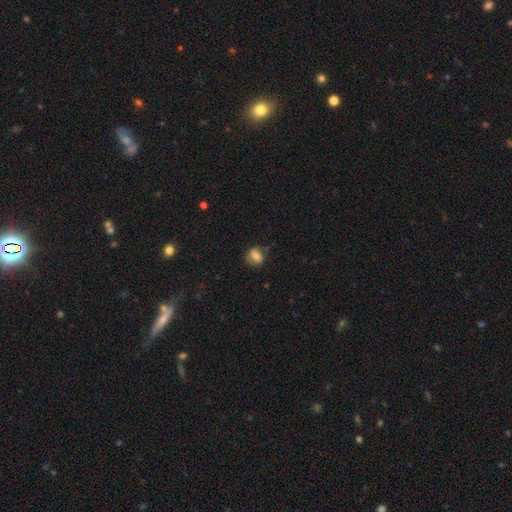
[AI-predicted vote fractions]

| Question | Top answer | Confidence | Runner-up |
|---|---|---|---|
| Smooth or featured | smooth | 70% | featured or disk (20%) |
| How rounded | in between | 53% | round (44%) |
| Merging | none | 66% | minor disturbance (22%) |